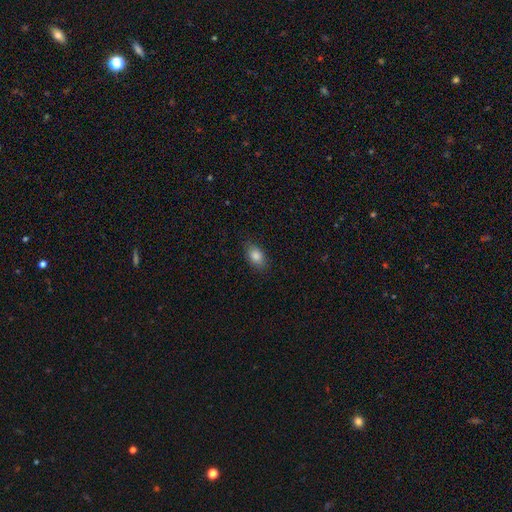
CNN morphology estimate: smooth 85%, star or artifact 8%, featured or disk 7%. Down the decision tree: how rounded — in between (85%); merging — none (84%).